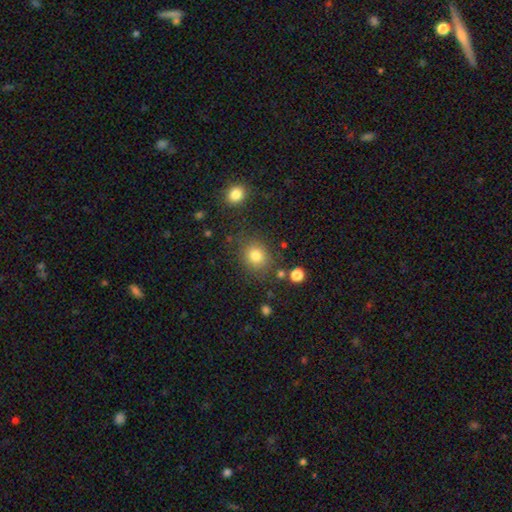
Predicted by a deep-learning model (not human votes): Overall: smooth (80%). How rounded: round (77%). Merging: none (81%).